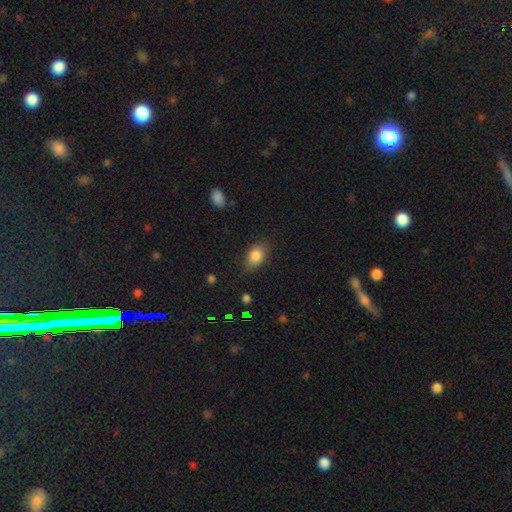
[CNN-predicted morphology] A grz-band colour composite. It shows a smooth galaxy with no disk features (84%) that is in between round and cigar-shaped (73%). Merging: none (75%).